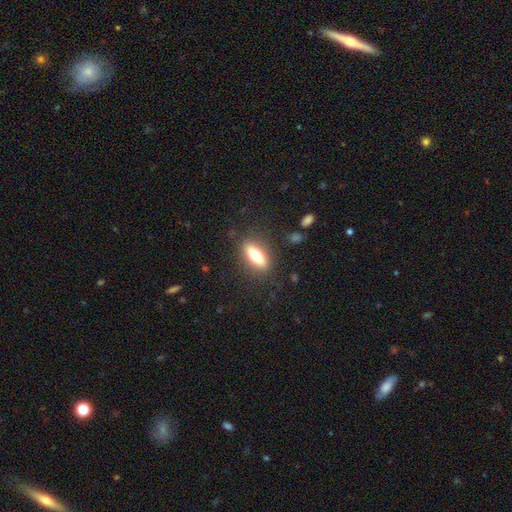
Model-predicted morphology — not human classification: A smooth galaxy with no disk features (61%) that is in between round and cigar-shaped (57%).

Vote fractions:
- Smooth or featured? smooth: 61% / featured or disk: 32% / star or artifact: 7%
- How rounded? in between: 57% / cigar-shaped: 40% / round: 3%
- Merging? none: 85% / minor disturbance: 10% / major disturbance: 4% / merger: 1%